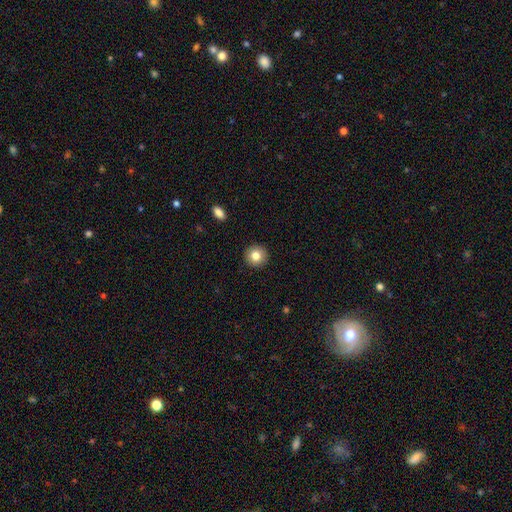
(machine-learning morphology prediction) Smooth or featured: smooth — 81% (star or artifact — 9%)
How rounded: round — 94% (in between — 5%)
Merging: none — 93% (minor disturbance — 5%)